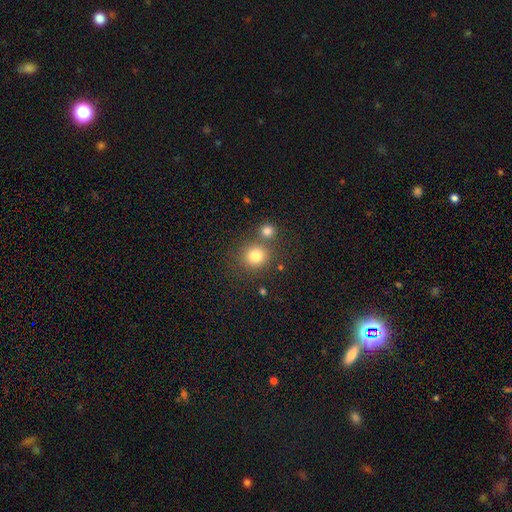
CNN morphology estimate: The model was most divided on "merging": none: 68%, merger: 20%, minor disturbance: 9%, major disturbance: 3%. More confident: how rounded — round (87%); smooth or featured — smooth (79%).